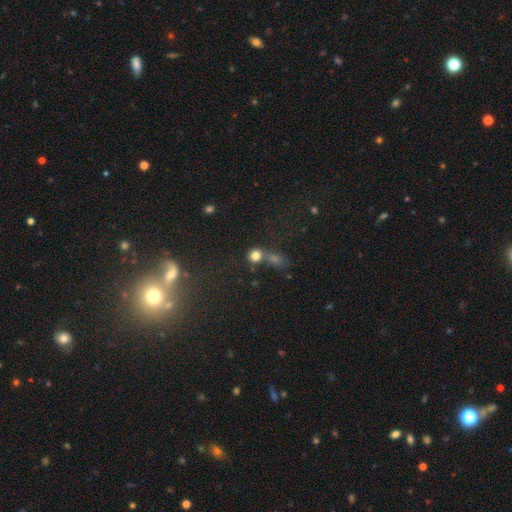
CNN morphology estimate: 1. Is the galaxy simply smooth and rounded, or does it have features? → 77% smooth, 15% star or artifact, 8% featured or disk.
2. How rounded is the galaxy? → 85% round, 14% in between, 1% cigar-shaped.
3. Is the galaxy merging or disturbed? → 48% none, 39% merger, 9% minor disturbance, 5% major disturbance.